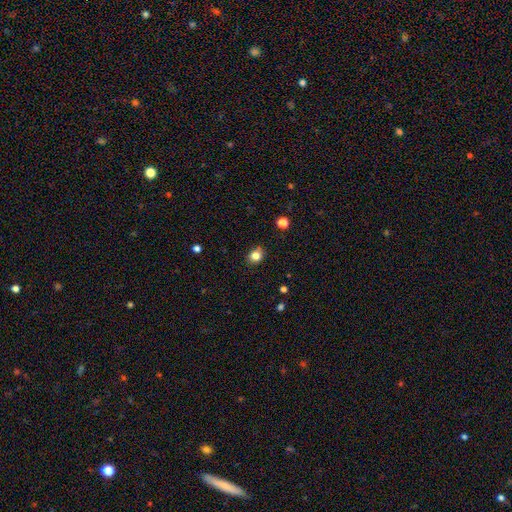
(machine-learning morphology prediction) type=smooth (82%); roundness=round (64%); merging=none (82%).